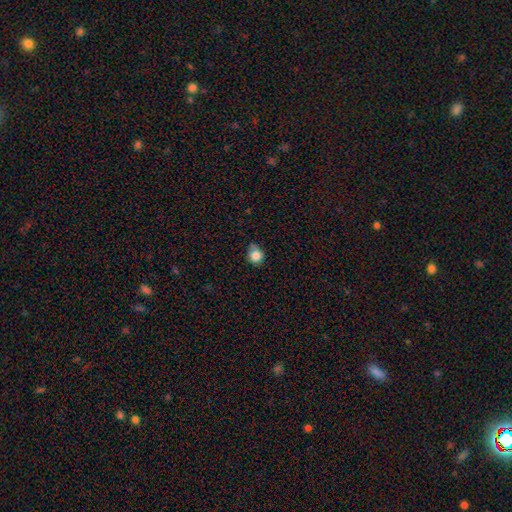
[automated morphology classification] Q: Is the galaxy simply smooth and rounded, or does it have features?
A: smooth — 82%.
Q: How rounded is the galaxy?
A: round — 78%.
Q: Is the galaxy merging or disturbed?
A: none — 58%.